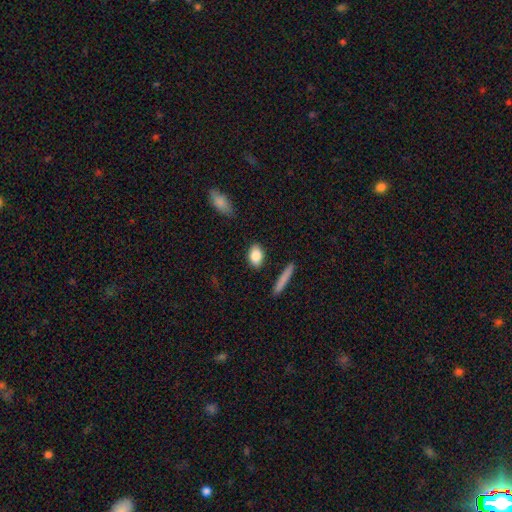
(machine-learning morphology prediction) smooth 84%, featured or disk 9%, star or artifact 7%. Down the decision tree: how rounded — in between (83%); merging — none (86%).